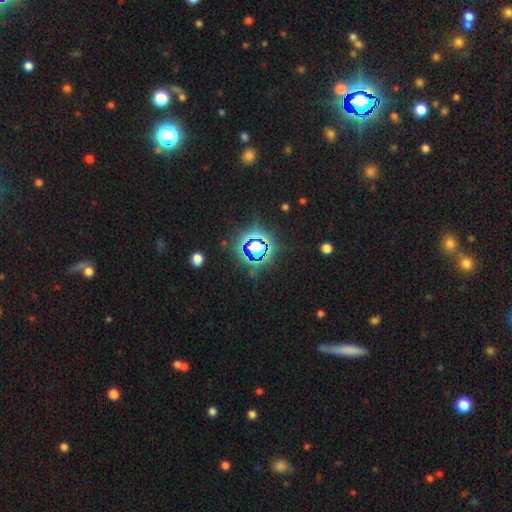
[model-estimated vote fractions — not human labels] The model was most divided on "smooth or featured": star or artifact: 73%, smooth: 18%, featured or disk: 9%.